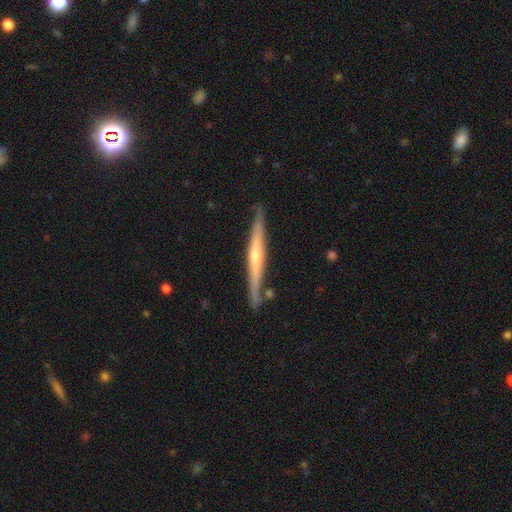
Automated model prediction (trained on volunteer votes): Morphology: type=featured or disk (68%); edge-on=yes (96%); edge-on bulge=rounded (65%); merging=none (83%).